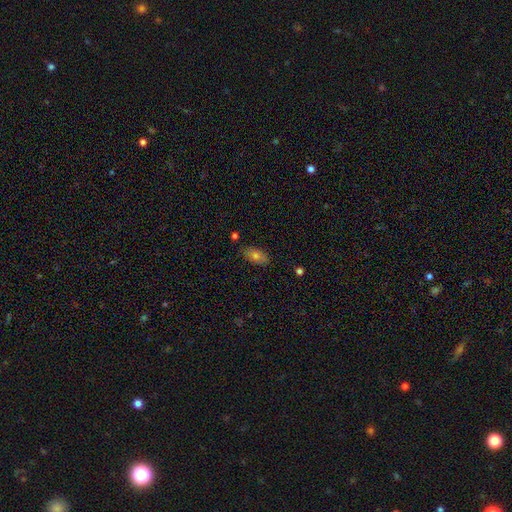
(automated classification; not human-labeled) A smooth galaxy with no disk features (72%) that is in between round and cigar-shaped (89%). Merging: none (83%).